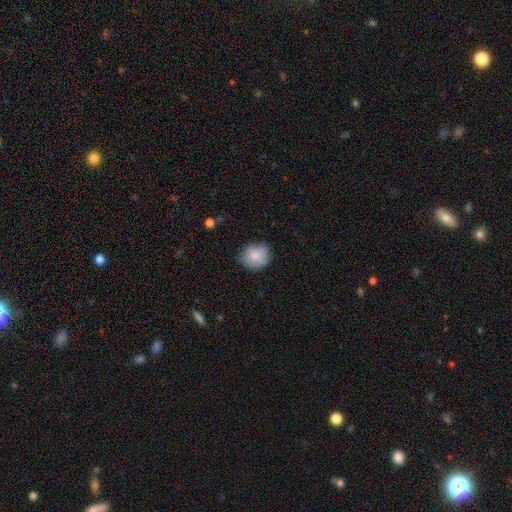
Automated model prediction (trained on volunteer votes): Q: Smooth or featured?
A: smooth (84%); runner-up: featured or disk (9%)
Q: How rounded?
A: round (64%); runner-up: in between (35%)
Q: Merging?
A: none (74%); runner-up: minor disturbance (21%)